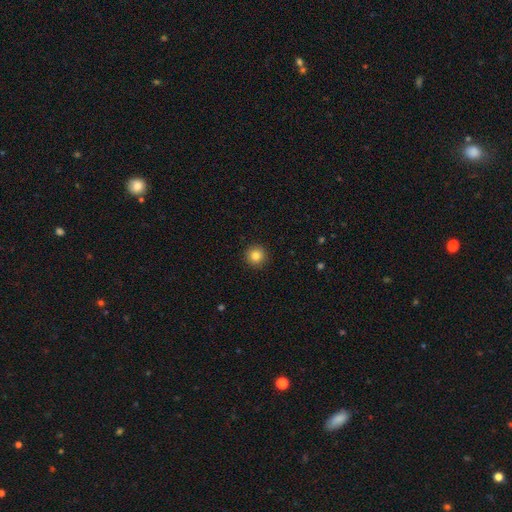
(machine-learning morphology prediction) This is clearly a smooth galaxy (83%). How rounded: clearly round (95%). Merging: clearly none (93%).